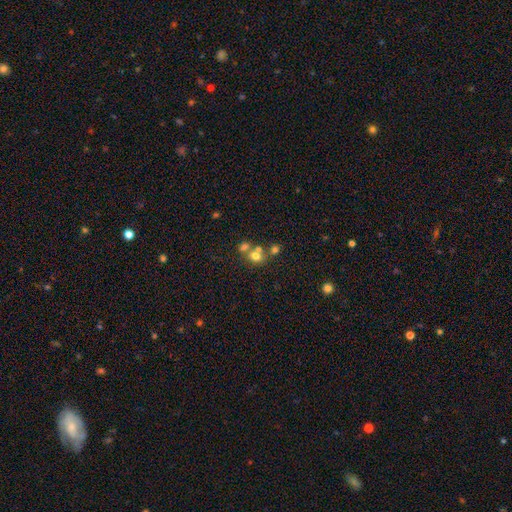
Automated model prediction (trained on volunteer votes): Morphology: type=smooth (68%); roundness=round (74%); merging=merger (45%).